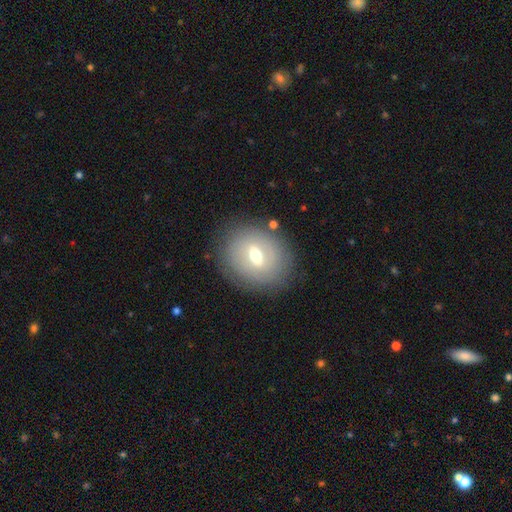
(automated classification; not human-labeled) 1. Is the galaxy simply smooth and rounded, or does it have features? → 50% featured or disk, 41% smooth, 9% star or artifact.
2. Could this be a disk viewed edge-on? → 88% no, 12% yes.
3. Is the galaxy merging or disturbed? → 82% none, 11% minor disturbance, 5% major disturbance, 2% merger.